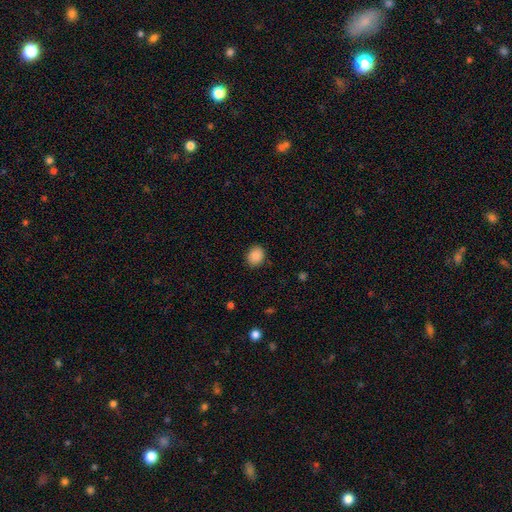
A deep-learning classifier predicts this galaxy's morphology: A smooth galaxy with no disk features (89%) that is round (52%).

Vote fractions:
- Smooth or featured? smooth: 89% / star or artifact: 9% / featured or disk: 3%
- How rounded? round: 52% / in between: 47% / cigar-shaped: 1%
- Merging? none: 87% / minor disturbance: 10% / major disturbance: 3% / merger: 1%